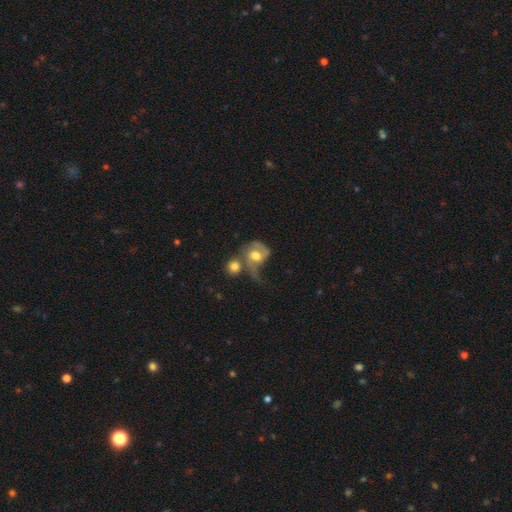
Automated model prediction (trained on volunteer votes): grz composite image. It shows a featured or disk galaxy (57%) with no bar (65%), spiral arms (76%) and a moderate central bulge (61%). Merging: merger (37%).